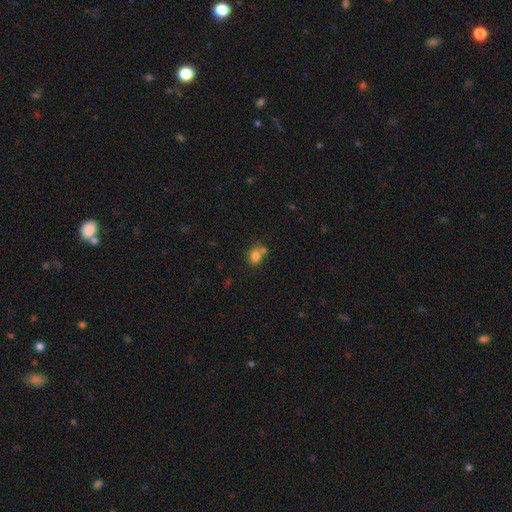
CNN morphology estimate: The model was most divided on "how rounded": round: 55%, in between: 44%, cigar-shaped: 1%. Remaining: smooth or featured — smooth (79%); merging — none (47%).